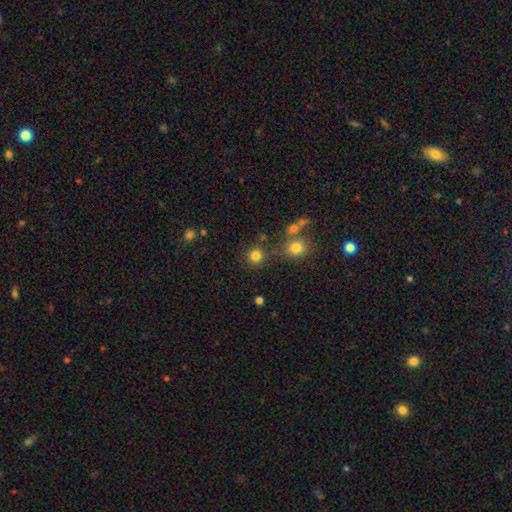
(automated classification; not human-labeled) This is clearly a smooth galaxy (81%). How rounded: clearly round (92%). Merging: clearly none (81%).